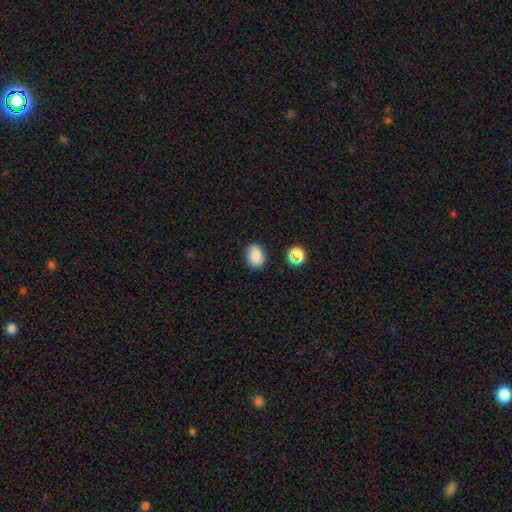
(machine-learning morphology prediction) smooth-or-featured: smooth: 85% | star or artifact: 10% | featured or disk: 5%
  how-rounded: in between: 59% | round: 40% | cigar-shaped: 1%
  merging: none: 84% | minor disturbance: 11% | major disturbance: 3% | merger: 2%